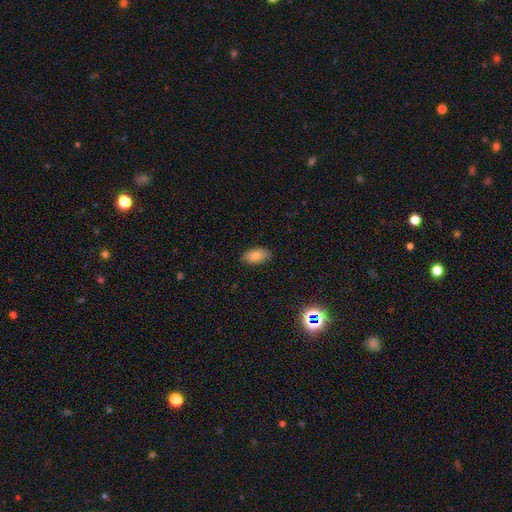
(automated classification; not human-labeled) Smooth or featured: smooth — 84% (star or artifact — 9%)
How rounded: in between — 93% (round — 4%)
Merging: none — 84% (minor disturbance — 13%)